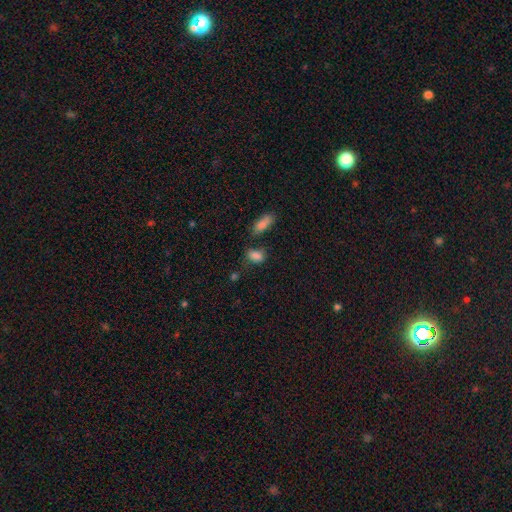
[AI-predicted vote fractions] This is clearly a smooth galaxy (83%). How rounded: clearly in between (82%). Merging: likely none (60%).